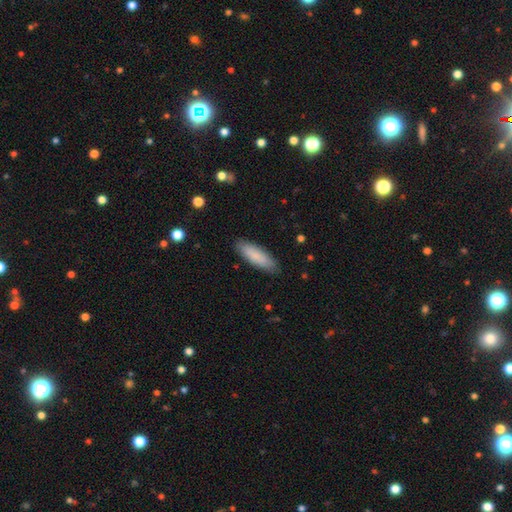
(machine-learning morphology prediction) A smooth galaxy with no disk features (86%) that is cigar-shaped (53%). Merging: none (88%).